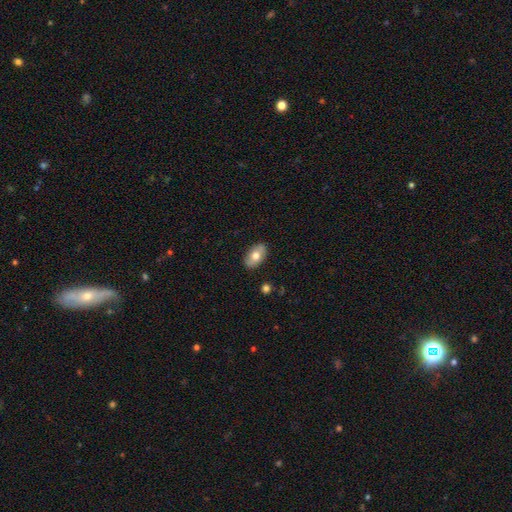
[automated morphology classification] A smooth galaxy with no disk features (68%) that is in between round and cigar-shaped (91%).

Vote fractions:
- Smooth or featured? smooth: 68% / featured or disk: 26% / star or artifact: 6%
- How rounded? in between: 91% / round: 7% / cigar-shaped: 2%
- Merging? none: 86% / minor disturbance: 10% / major disturbance: 2% / merger: 1%